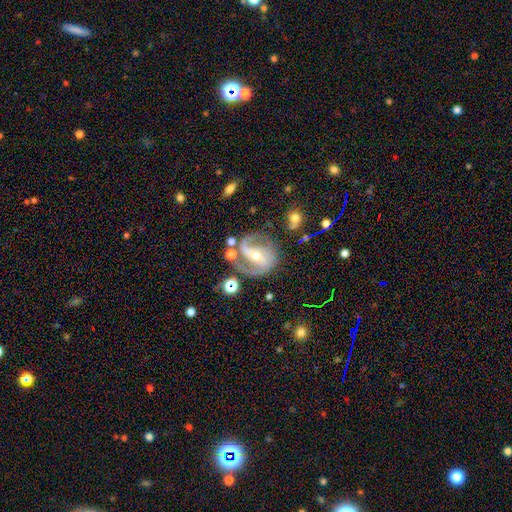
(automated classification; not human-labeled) The model was most divided on "bulge size": small: 51%, moderate: 46%, large: 2%, none: 1%, dominant: 1%. More confident: edge-on disk — no (97%); spiral arms — yes (96%); smooth or featured — featured or disk (88%); spiral arm count — 2 (84%); merging — none (66%); spiral winding — medium (52%); bar — strong (52%).